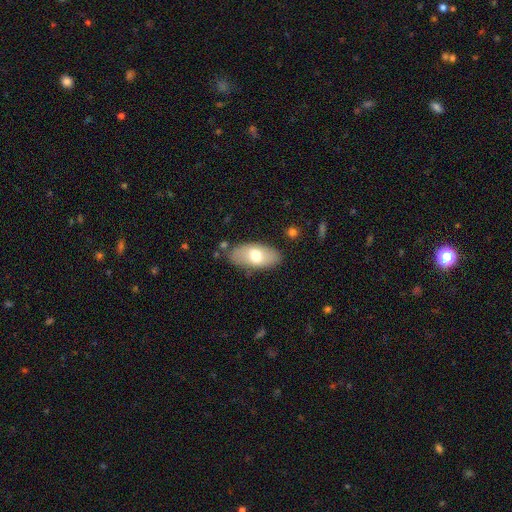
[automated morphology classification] Overall: smooth (66%; featured or disk 27%). How rounded: in between (92%). Merging: none (80%).